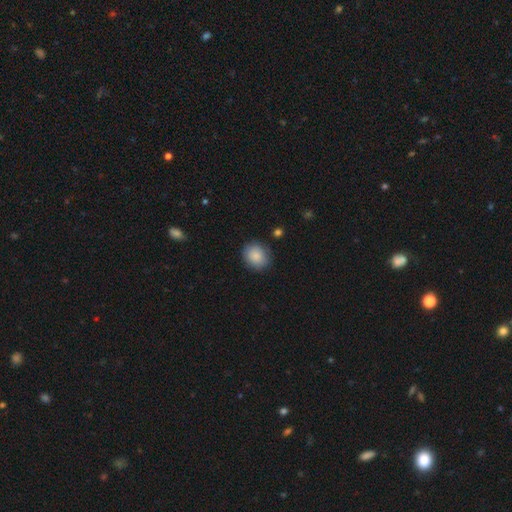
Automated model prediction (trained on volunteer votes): Smooth or featured? smooth (88%)
How rounded? round (70%)
Merging? none (84%)